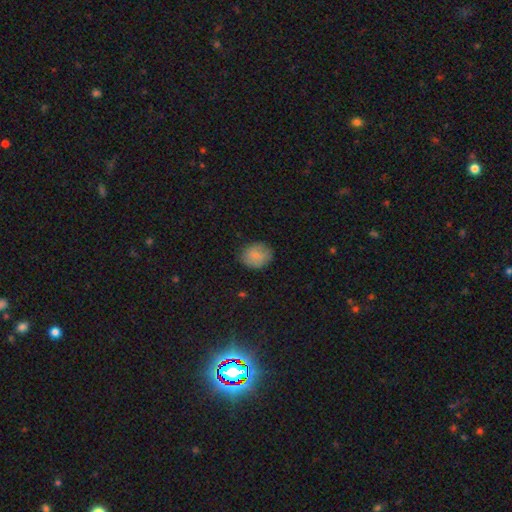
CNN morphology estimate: type=smooth (77%); roundness=round (61%); merging=none (81%).